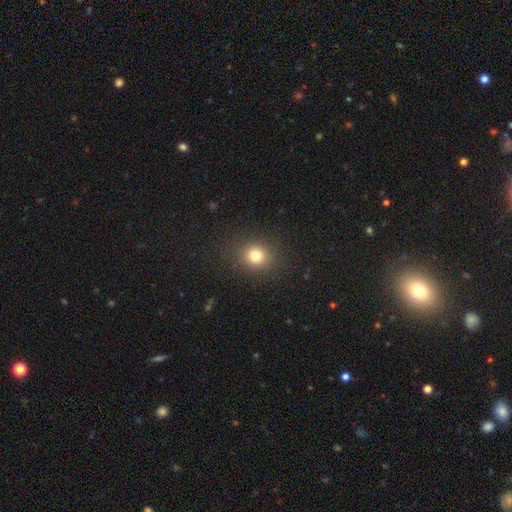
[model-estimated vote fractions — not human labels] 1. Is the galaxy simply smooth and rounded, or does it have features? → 78% smooth, 14% star or artifact, 7% featured or disk.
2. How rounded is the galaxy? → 81% round, 18% in between, 1% cigar-shaped.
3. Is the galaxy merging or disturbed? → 88% none, 7% minor disturbance, 4% major disturbance, 1% merger.